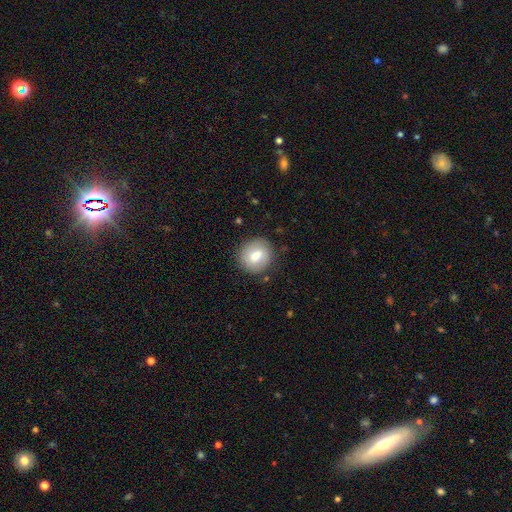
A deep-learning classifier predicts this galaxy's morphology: Overall: smooth (73%). How rounded: round (80%). Merging: none (83%).